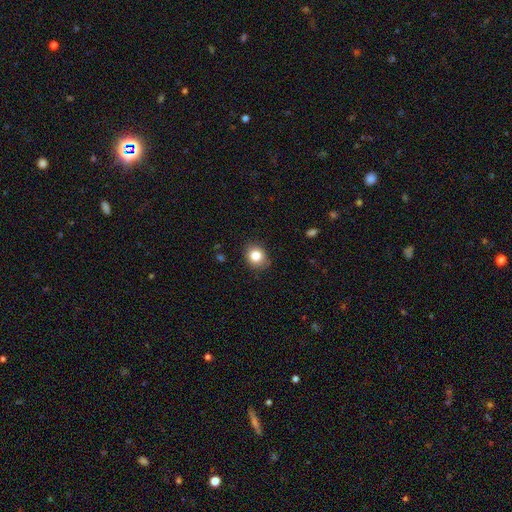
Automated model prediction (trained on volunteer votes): Morphology: type=smooth (84%); roundness=round (70%); merging=none (84%).